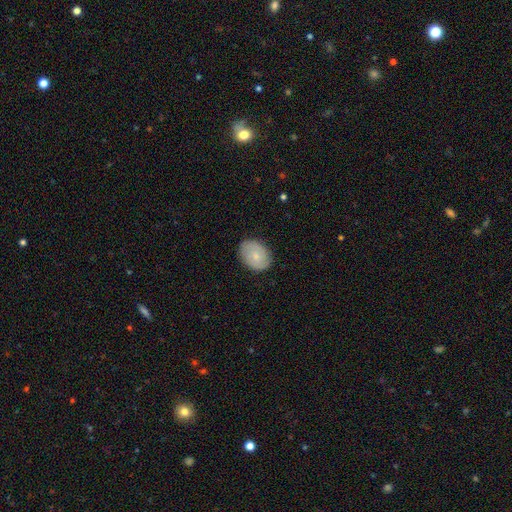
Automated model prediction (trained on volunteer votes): Overall: smooth (68%). How rounded: in between (72%). Merging: none (84%).